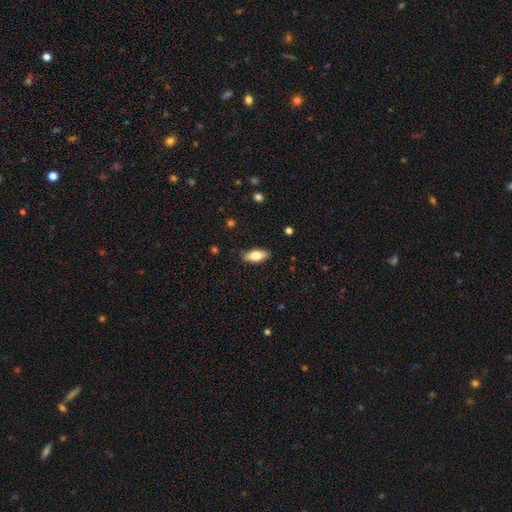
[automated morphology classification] smooth 77%, featured or disk 17%, star or artifact 6%. Down the decision tree: how rounded — in between (83%); merging — none (83%).